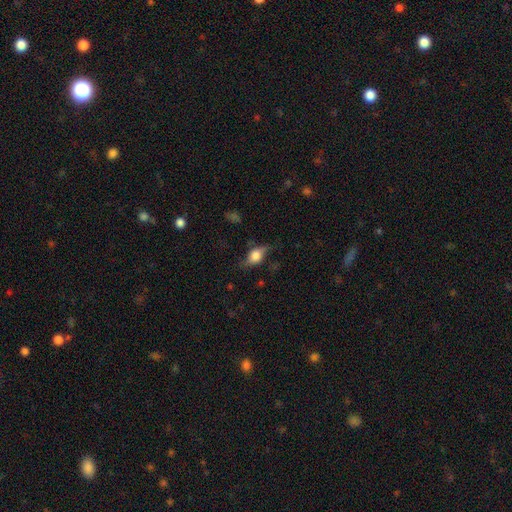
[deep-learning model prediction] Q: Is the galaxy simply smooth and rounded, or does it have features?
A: smooth — 54%.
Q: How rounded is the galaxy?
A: in between — 72%.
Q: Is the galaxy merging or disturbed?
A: none — 65%.